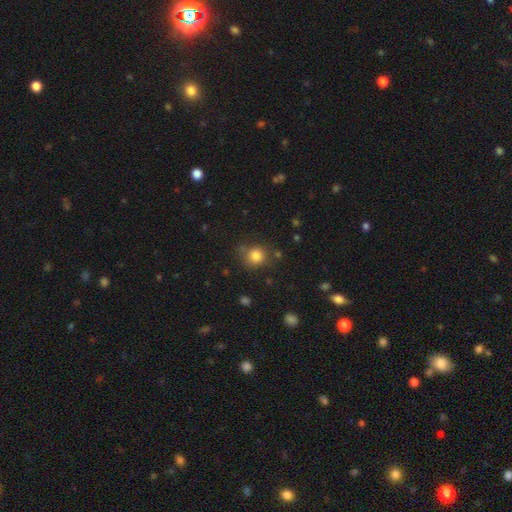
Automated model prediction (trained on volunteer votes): A smooth galaxy with no disk features (82%) that is round (85%).

Vote fractions:
- Smooth or featured? smooth: 82% / star or artifact: 12% / featured or disk: 6%
- How rounded? round: 85% / in between: 14% / cigar-shaped: 1%
- Merging? none: 75% / minor disturbance: 14% / merger: 5% / major disturbance: 5%